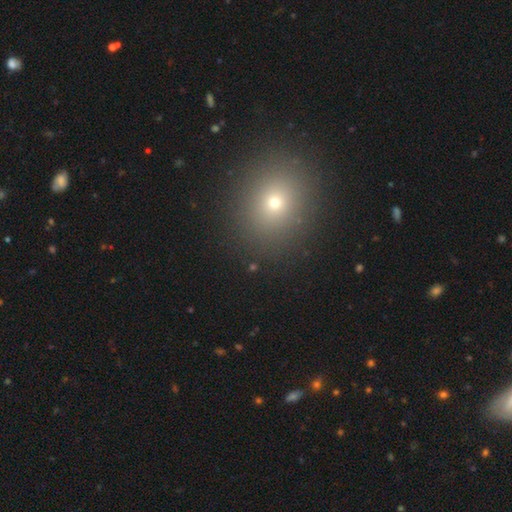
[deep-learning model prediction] Smooth or featured? smooth (67%)
How rounded? round (74%)
Merging? none (91%)